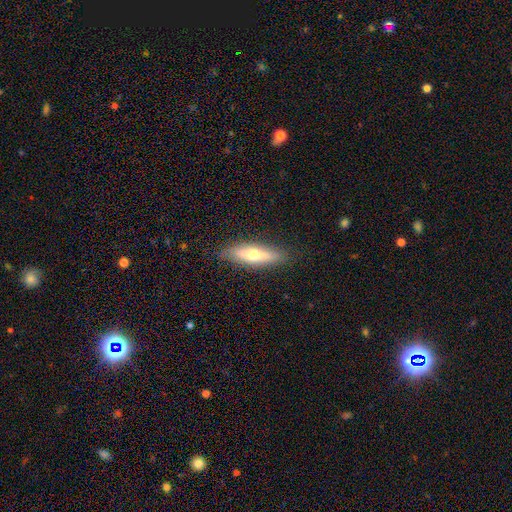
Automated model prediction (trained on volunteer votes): This is possibly a smooth galaxy (59%). How rounded: likely cigar-shaped (65%). Merging: clearly none (85%).